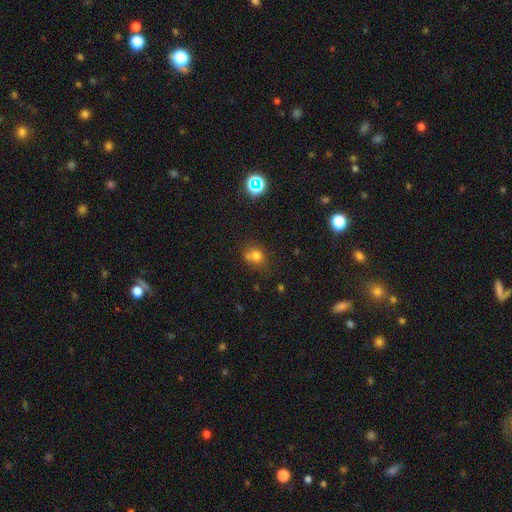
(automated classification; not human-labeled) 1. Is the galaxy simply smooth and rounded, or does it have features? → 72% smooth, 17% star or artifact, 11% featured or disk.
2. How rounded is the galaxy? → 73% round, 26% in between, 1% cigar-shaped.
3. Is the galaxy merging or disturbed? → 54% none, 28% merger, 13% minor disturbance, 5% major disturbance.